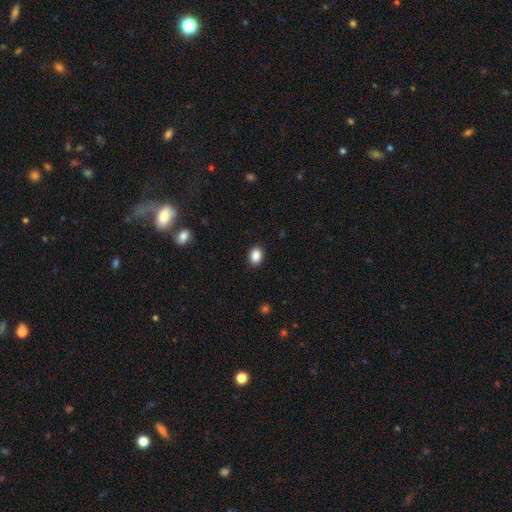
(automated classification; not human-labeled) A smooth galaxy with no disk features (89%) that is in between round and cigar-shaped (74%). Merging: none (89%).